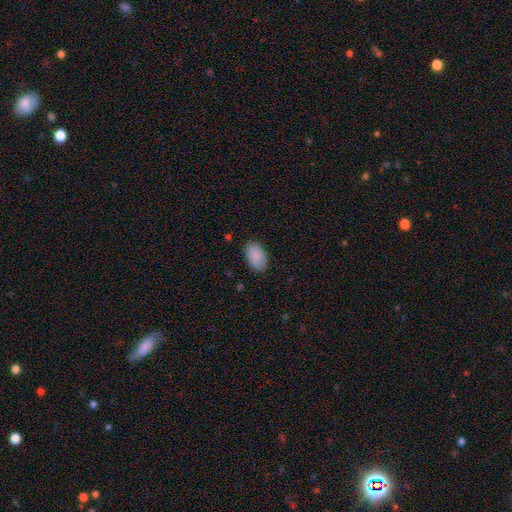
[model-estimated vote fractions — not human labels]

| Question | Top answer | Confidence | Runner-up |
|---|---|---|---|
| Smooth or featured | smooth | 89% | star or artifact (6%) |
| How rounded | in between | 94% | round (5%) |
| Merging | none | 84% | minor disturbance (12%) |